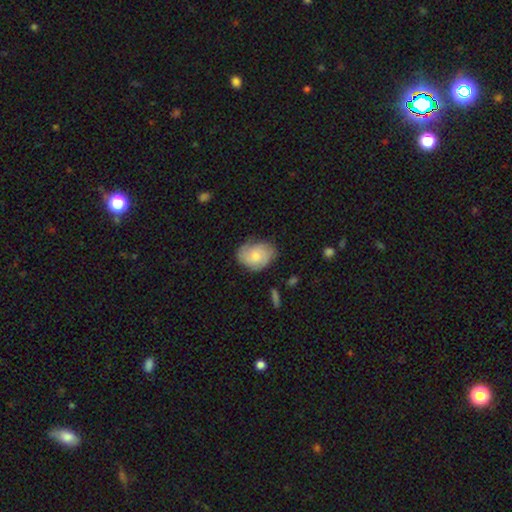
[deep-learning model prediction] Overall: smooth (57%; featured or disk 36%). How rounded: in between (65%; round 34%). Merging: none (65%; minor disturbance 27%).